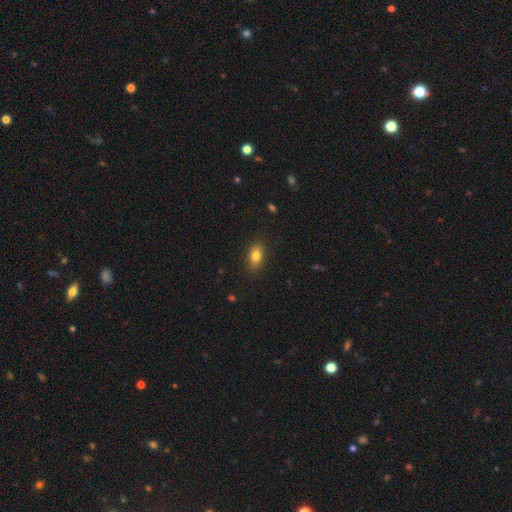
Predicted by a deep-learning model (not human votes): Smooth or featured? Predicted: smooth (p=0.81). How rounded? Predicted: in between (p=0.84). Merging? Predicted: none (p=0.87).